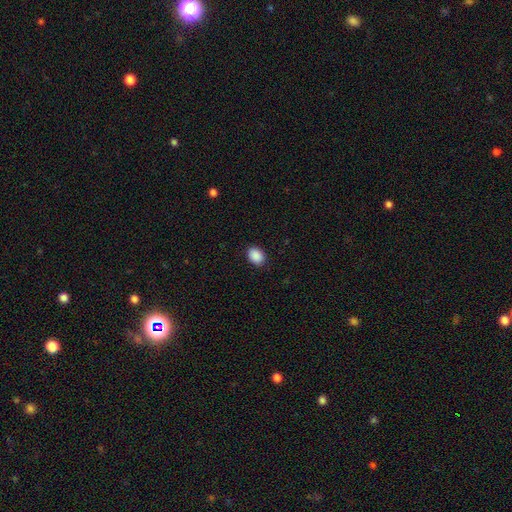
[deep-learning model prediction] This is clearly a smooth galaxy (90%). How rounded: likely in between (67%). Merging: clearly none (88%).